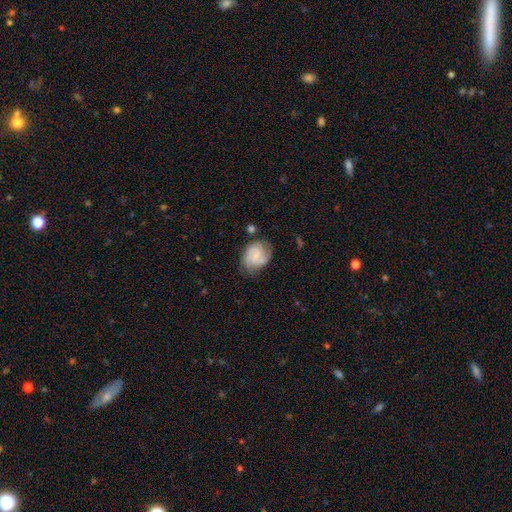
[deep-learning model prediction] This is possibly a featured or disk galaxy (51%). It is clearly not viewed edge-on (98%). Merging: possibly none (60%).